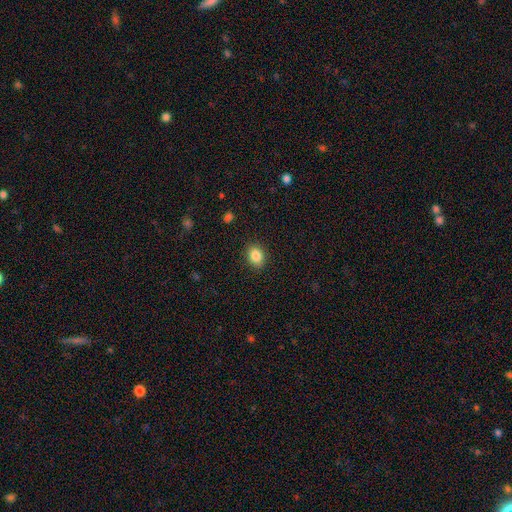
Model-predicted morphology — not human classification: The model was most divided on "how rounded": in between: 65%, round: 34%, cigar-shaped: 1%. More confident: merging — none (89%); smooth or featured — smooth (86%).